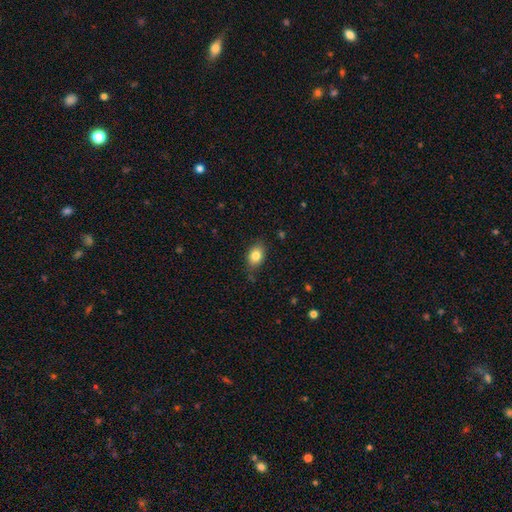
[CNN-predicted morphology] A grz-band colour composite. It shows a smooth galaxy with no disk features (82%) that is in between round and cigar-shaped (80%). Merging: none (78%).